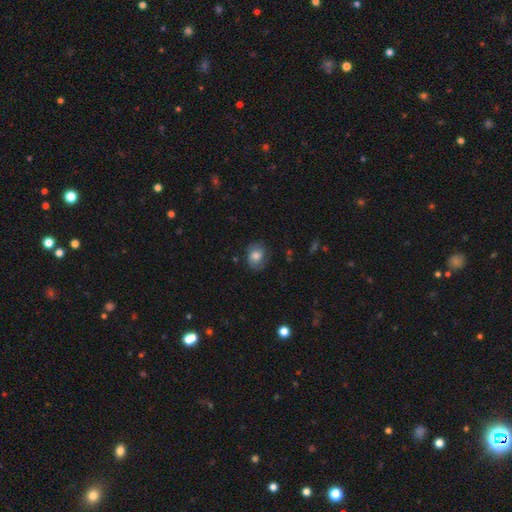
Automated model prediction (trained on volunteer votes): This is likely a smooth galaxy (71%). How rounded: possibly in between (50%). Merging: likely none (74%).